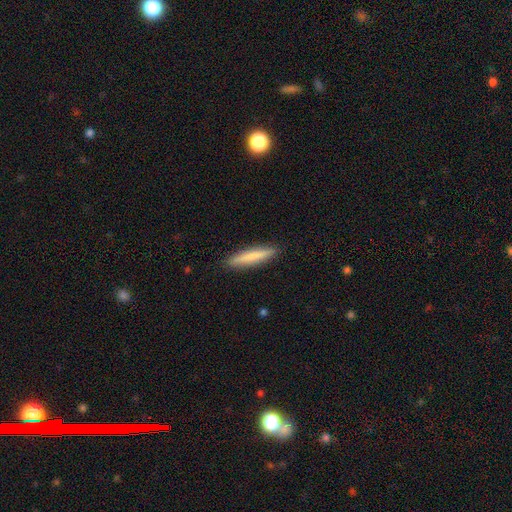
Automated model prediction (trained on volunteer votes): A smooth galaxy with no disk features (77%) that is cigar-shaped (92%). Merging: none (91%).